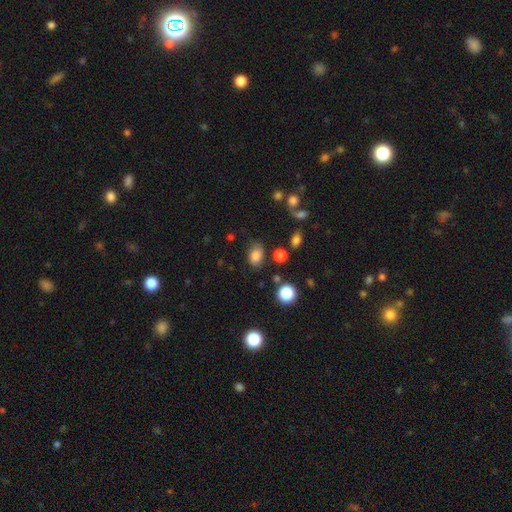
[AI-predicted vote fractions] The model was most divided on "merging": none: 70%, minor disturbance: 20%, major disturbance: 6%, merger: 4%. More confident: smooth or featured — smooth (80%); how rounded — in between (76%).